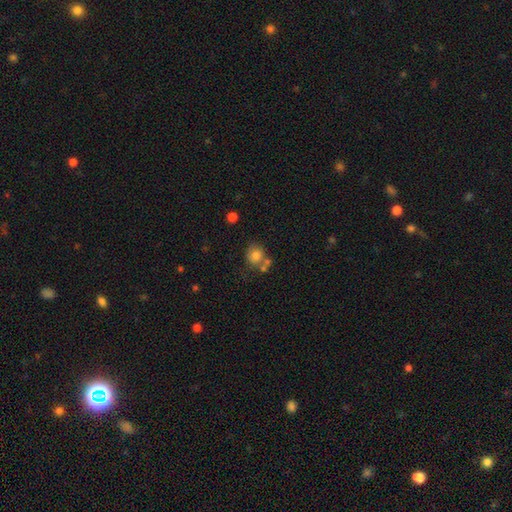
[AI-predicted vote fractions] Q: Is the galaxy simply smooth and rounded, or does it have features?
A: smooth — 76%.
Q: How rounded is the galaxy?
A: round — 77%.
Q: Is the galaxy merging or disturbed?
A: none — 53%.